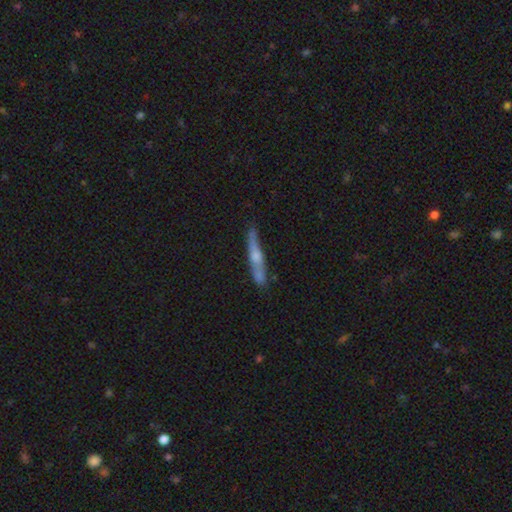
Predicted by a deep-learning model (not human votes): Morphology: type=featured or disk (57%); edge-on=yes (90%); edge-on bulge=rounded (78%); merging=none (74%).